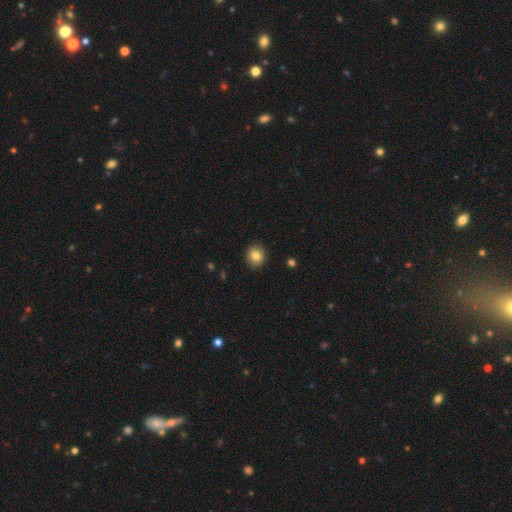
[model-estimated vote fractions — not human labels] Morphology: type=smooth (83%); roundness=round (84%); merging=none (91%).